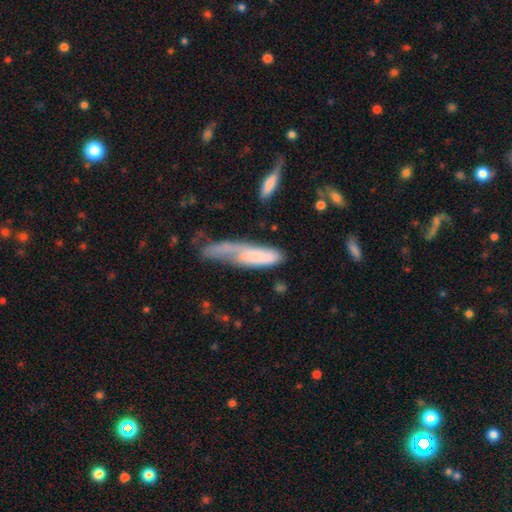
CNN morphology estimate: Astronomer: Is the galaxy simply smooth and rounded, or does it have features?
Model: smooth — 61%.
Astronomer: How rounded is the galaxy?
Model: cigar-shaped — 67%.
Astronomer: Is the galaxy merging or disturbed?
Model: major disturbance — 35% (runner-up: minor disturbance, 26%).